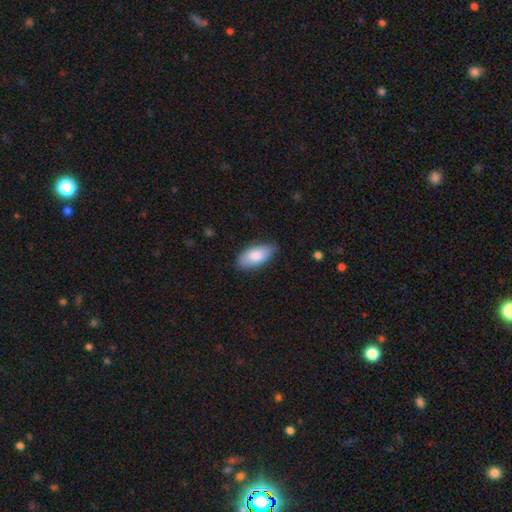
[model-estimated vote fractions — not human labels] Smooth or featured: smooth — 84% (featured or disk — 10%)
How rounded: in between — 92% (cigar-shaped — 6%)
Merging: none — 80% (minor disturbance — 16%)